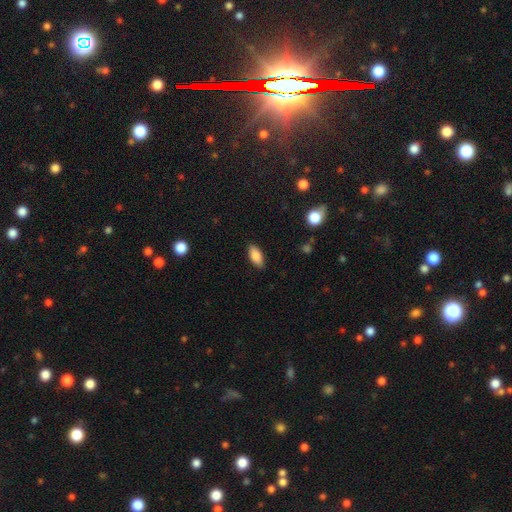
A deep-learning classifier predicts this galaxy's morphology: type=smooth (86%); roundness=in between (87%); merging=none (88%).